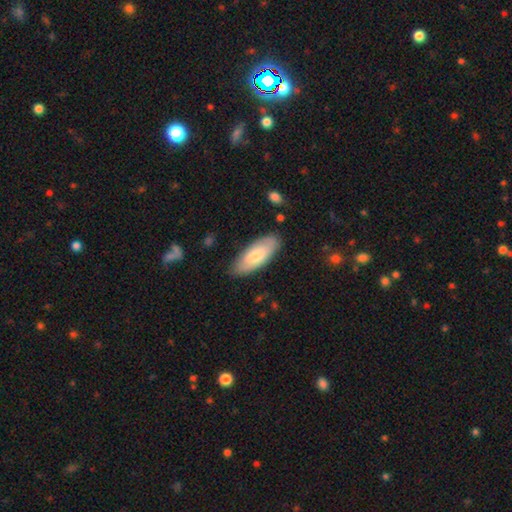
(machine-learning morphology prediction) Smooth or featured: smooth — 70% (featured or disk — 25%)
How rounded: in between — 77% (cigar-shaped — 21%)
Merging: none — 83% (minor disturbance — 13%)